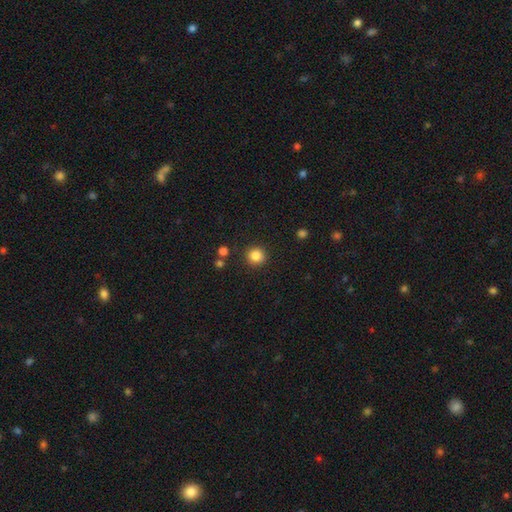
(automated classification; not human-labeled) smooth_or_featured: smooth (p=0.85) [alt: star or artifact p=0.11]
how_rounded: round (p=0.93) [alt: in between p=0.06]
merging: none (p=0.89) [alt: minor disturbance p=0.06]